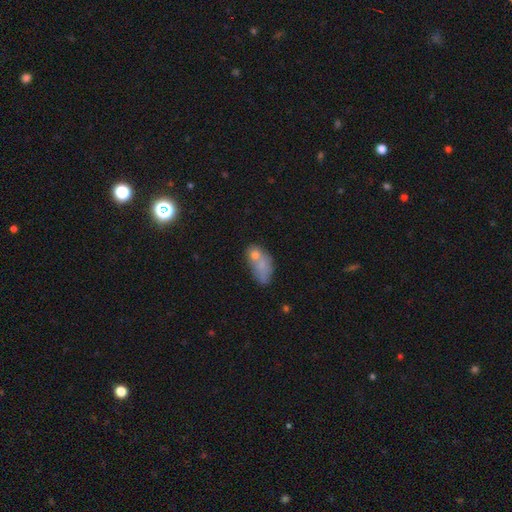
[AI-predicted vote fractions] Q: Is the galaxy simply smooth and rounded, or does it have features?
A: smooth — 64%.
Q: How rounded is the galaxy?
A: in between — 82%.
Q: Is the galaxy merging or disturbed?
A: merger — 39%.